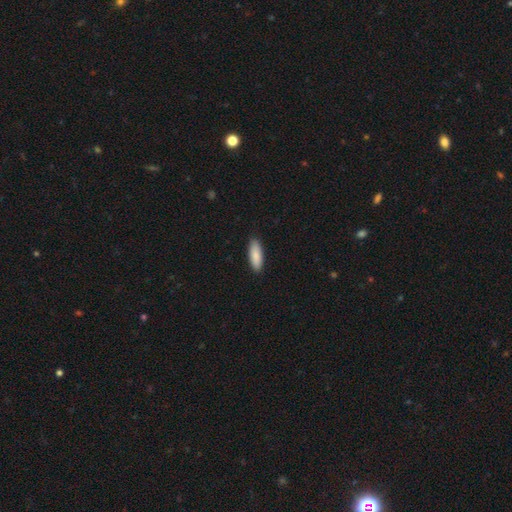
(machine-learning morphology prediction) smooth-or-featured: smooth: 89% | featured or disk: 6% | star or artifact: 5%
  how-rounded: in between: 65% | cigar-shaped: 33% | round: 2%
  merging: none: 90% | minor disturbance: 8% | major disturbance: 2% | merger: 1%